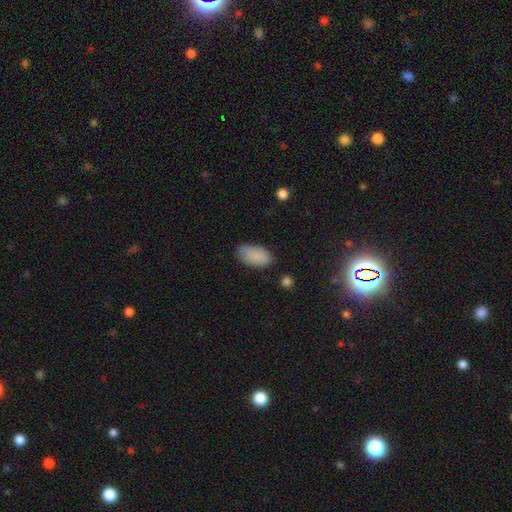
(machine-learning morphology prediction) type=smooth (87%); roundness=in between (94%); merging=none (77%).